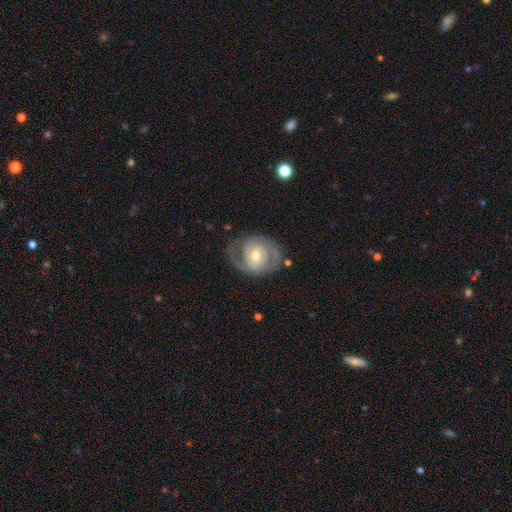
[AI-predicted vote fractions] The model was most divided on "spiral winding": tight: 50%, medium: 38%, loose: 12%. More confident: edge-on disk — no (97%); spiral arms — yes (92%); smooth or featured — featured or disk (82%); spiral arm count — 2 (73%); bulge size — moderate (65%); merging — none (64%); bar — no (57%).